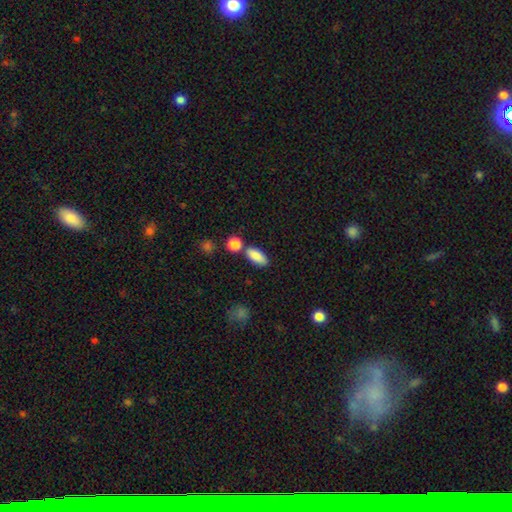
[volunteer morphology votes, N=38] Smooth or featured: smooth — 89% (star or artifact — 8%)
How rounded: in between — 68% (cigar-shaped — 32%)
Merging: none — 71% (merger — 17%)